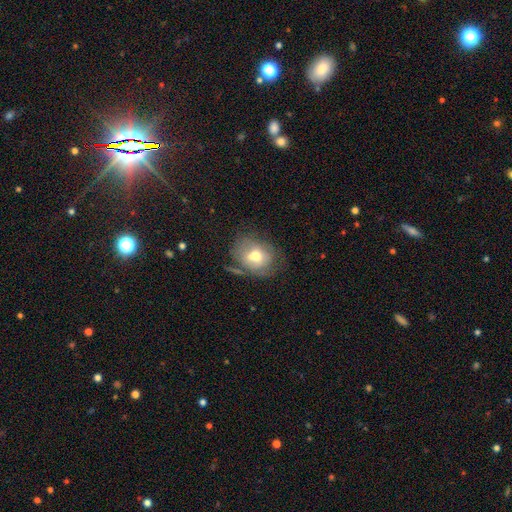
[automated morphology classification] Smooth or featured? smooth (62%)
How rounded? in between (52%)
Merging? none (53%)